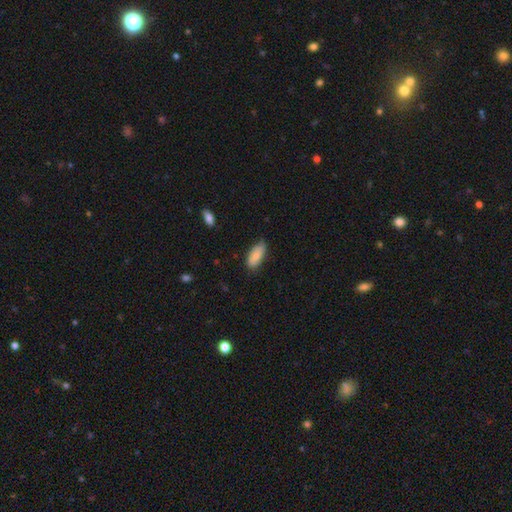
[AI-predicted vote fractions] A smooth galaxy with no disk features (84%) that is in between round and cigar-shaped (87%). Merging: none (68%).